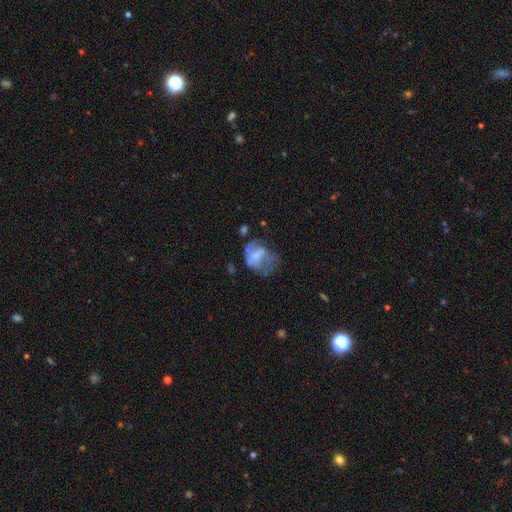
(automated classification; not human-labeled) Q: Smooth or featured?
A: featured or disk (44%); tied with: smooth (44%)
Q: Merging?
A: major disturbance (41%); runner-up: none (29%)